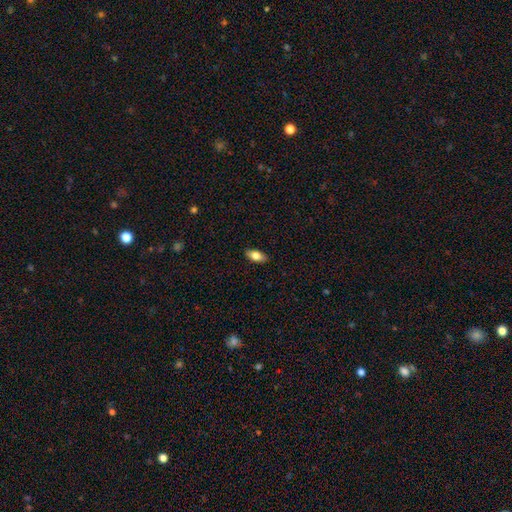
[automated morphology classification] Smooth or featured? smooth (75%)
How rounded? in between (87%)
Merging? none (88%)